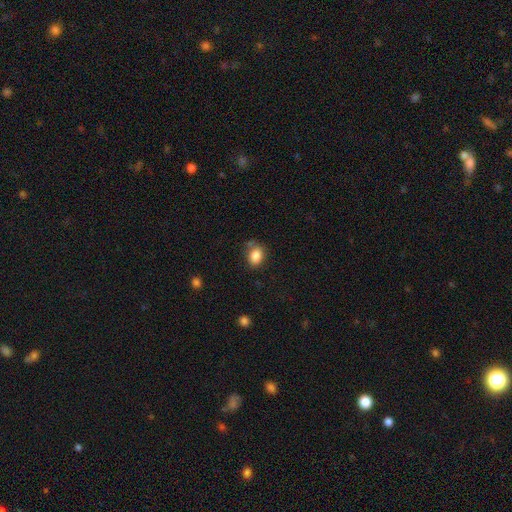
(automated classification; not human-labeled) A smooth galaxy with no disk features (85%) that is in between round and cigar-shaped (63%). Merging: none (69%).